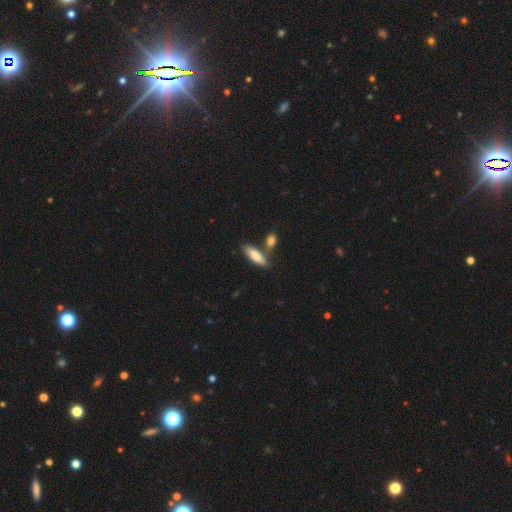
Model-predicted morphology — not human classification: type=smooth (80%); roundness=cigar-shaped (51%); merging=none (65%).